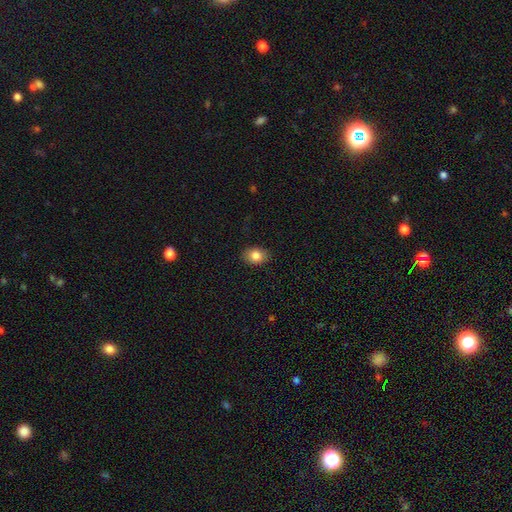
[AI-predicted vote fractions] This is clearly a smooth galaxy (83%). How rounded: likely in between (69%). Merging: clearly none (88%).